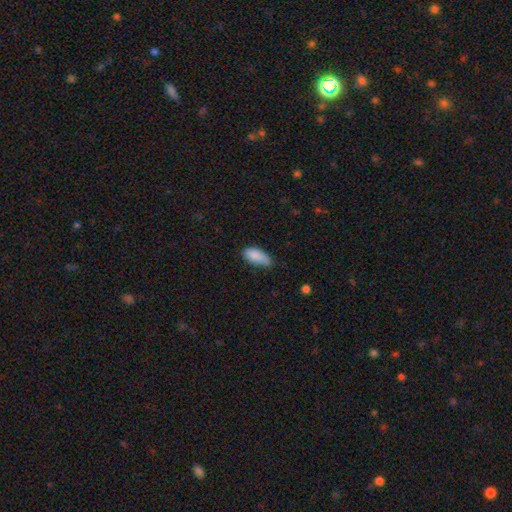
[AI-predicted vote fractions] This appears to be a smooth galaxy with no disk features (87%) that is in between round and cigar-shaped (88%). Merging: none (55%).